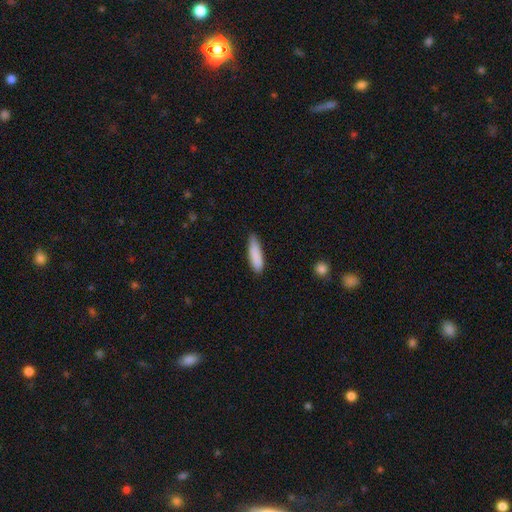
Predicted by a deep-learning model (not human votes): Smooth or featured? smooth (87%)
How rounded? cigar-shaped (63%)
Merging? none (77%)